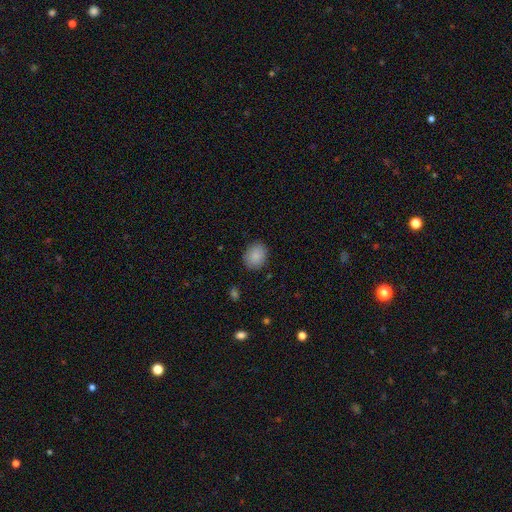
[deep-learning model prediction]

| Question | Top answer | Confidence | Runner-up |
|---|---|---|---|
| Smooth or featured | smooth | 88% | star or artifact (8%) |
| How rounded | round | 54% | in between (45%) |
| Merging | none | 85% | minor disturbance (11%) |